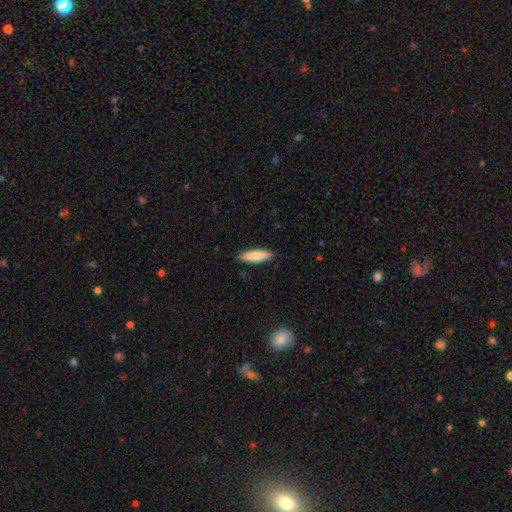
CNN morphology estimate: Smooth or featured: smooth — 85% (featured or disk — 10%)
How rounded: cigar-shaped — 62% (in between — 37%)
Merging: none — 88% (minor disturbance — 10%)